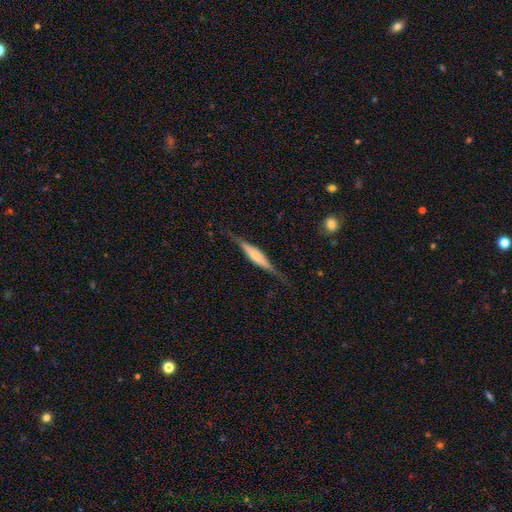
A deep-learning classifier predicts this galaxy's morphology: featured or disk 67%, smooth 27%, star or artifact 6%. Down the decision tree: edge-on disk — yes (95%); edge-on bulge — rounded (63%); merging — none (79%).